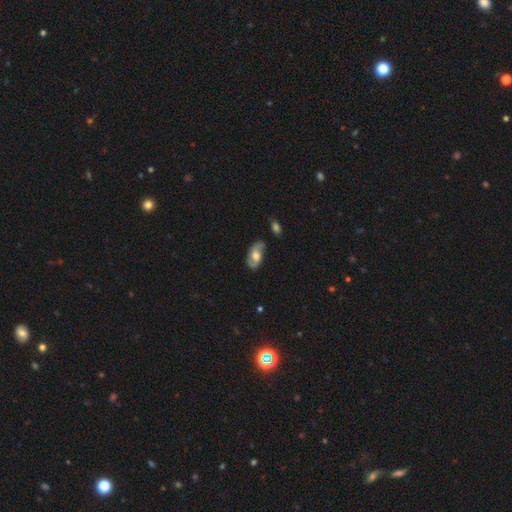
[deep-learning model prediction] Smooth or featured: featured or disk — 53% (smooth — 40%)
Edge-on disk: no — 91% (yes — 9%)
Merging: none — 69% (minor disturbance — 21%)